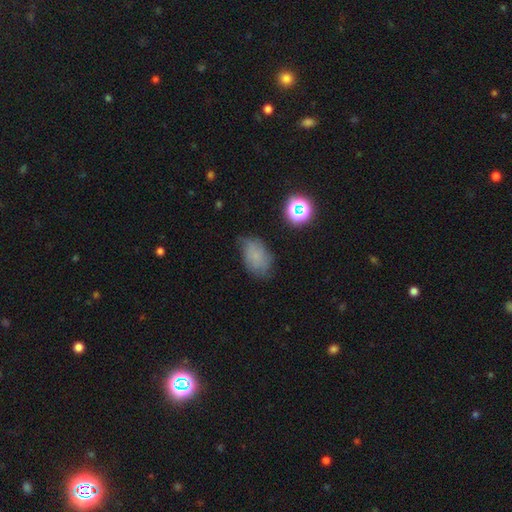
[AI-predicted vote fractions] smooth_or_featured: smooth (p=0.69) [alt: star or artifact p=0.16]
how_rounded: in between (p=0.84) [alt: round p=0.14]
merging: none (p=0.56) [alt: minor disturbance p=0.32]